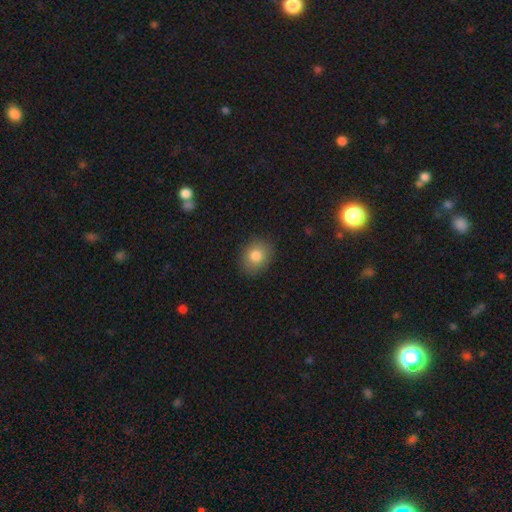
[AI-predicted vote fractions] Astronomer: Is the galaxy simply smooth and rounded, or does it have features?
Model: smooth — 81%.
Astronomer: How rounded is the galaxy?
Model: round — 50% (runner-up: in between, 49%).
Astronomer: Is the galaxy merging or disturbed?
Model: none — 86%.